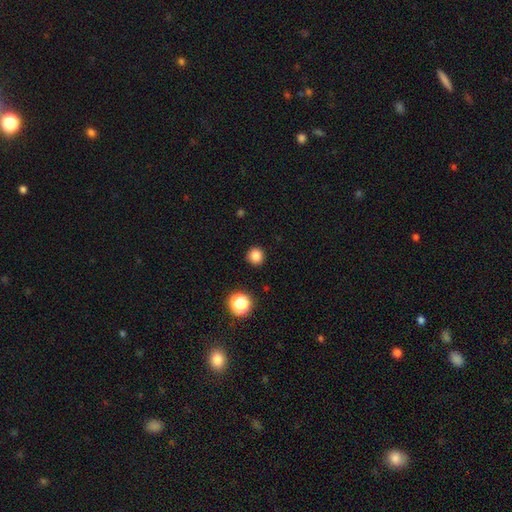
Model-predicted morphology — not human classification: Smooth or featured? Predicted: smooth (p=0.83). How rounded? Predicted: round (p=0.93). Merging? Predicted: none (p=0.91).